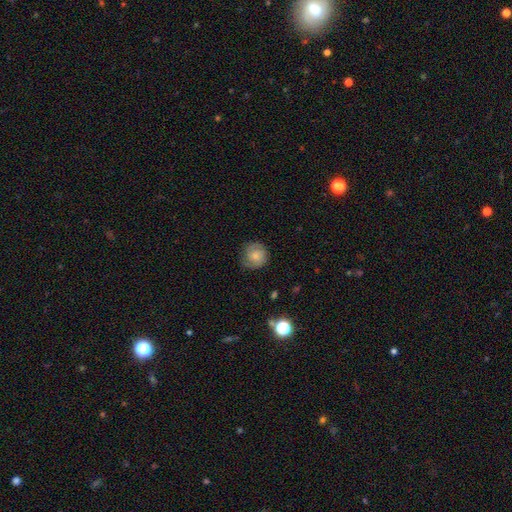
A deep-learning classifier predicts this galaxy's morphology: A smooth galaxy with no disk features (52%) that is round (88%). Merging: none (73%).